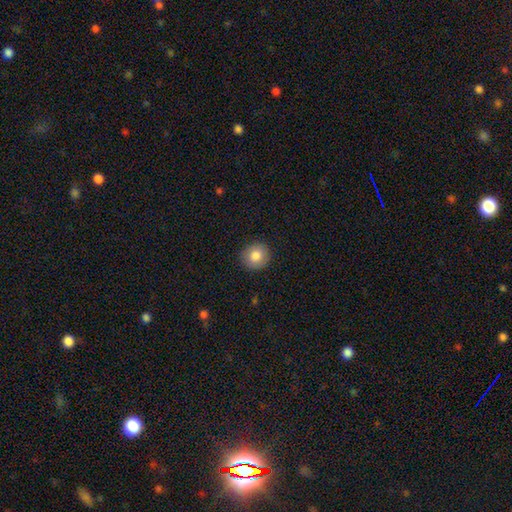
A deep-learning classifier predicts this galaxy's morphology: The model was most divided on "smooth or featured": smooth: 84%, star or artifact: 8%, featured or disk: 8%. More confident: merging — none (90%); how rounded — round (89%).